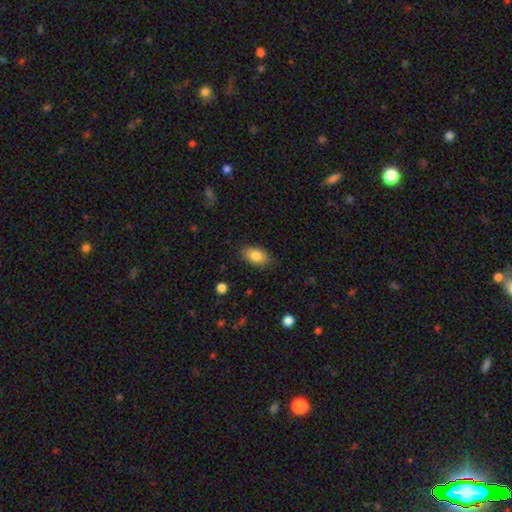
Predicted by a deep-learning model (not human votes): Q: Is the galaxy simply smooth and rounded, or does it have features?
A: smooth — 84%.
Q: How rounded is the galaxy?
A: in between — 91%.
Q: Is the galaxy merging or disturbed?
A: none — 84%.